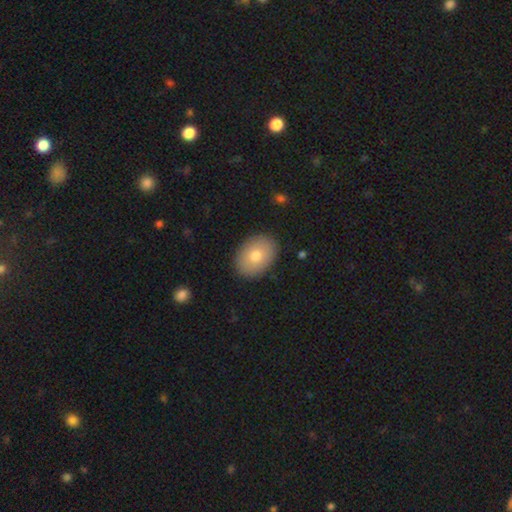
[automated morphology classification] type=smooth (78%); roundness=in between (78%); merging=none (89%).